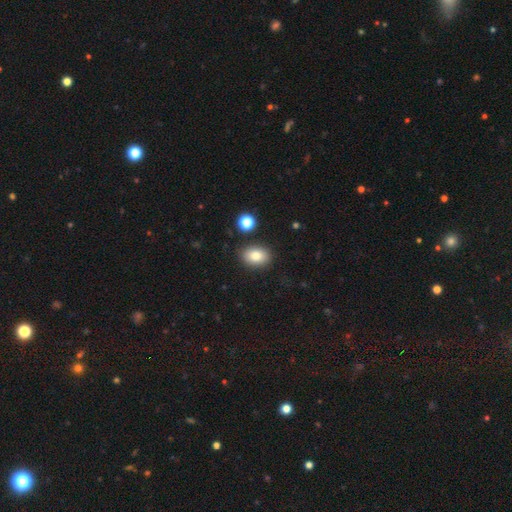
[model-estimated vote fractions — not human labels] Q: Smooth or featured?
A: smooth (82%); runner-up: star or artifact (9%)
Q: How rounded?
A: in between (75%); runner-up: round (24%)
Q: Merging?
A: none (84%); runner-up: minor disturbance (10%)